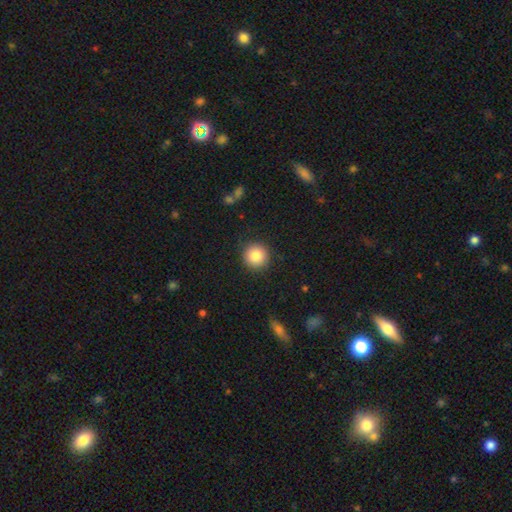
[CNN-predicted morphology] A smooth galaxy with no disk features (85%) that is round (95%).

Vote fractions:
- Smooth or featured? smooth: 85% / star or artifact: 9% / featured or disk: 6%
- How rounded? round: 95% / in between: 4% / cigar-shaped: 1%
- Merging? none: 91% / minor disturbance: 6% / major disturbance: 2% / merger: 1%